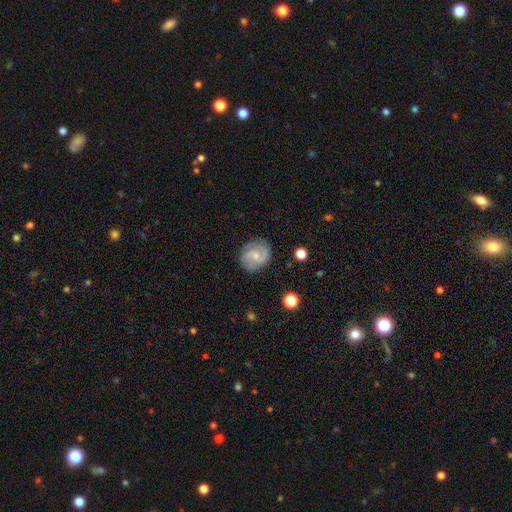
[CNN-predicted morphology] smooth_or_featured: featured or disk (p=0.76) [alt: smooth p=0.18]
disk_edge_on: no (p=0.98) [alt: yes p=0.02]
bar: weak (p=0.48) [alt: no p=0.45]
has_spiral_arms: yes (p=0.95) [alt: no p=0.05]
spiral_winding: medium (p=0.47) [alt: tight p=0.38]
spiral_arm_count: 2 (p=0.76) [alt: can't tell p=0.10]
bulge_size: small (p=0.58) [alt: moderate p=0.35]
merging: none (p=0.81) [alt: minor disturbance p=0.14]